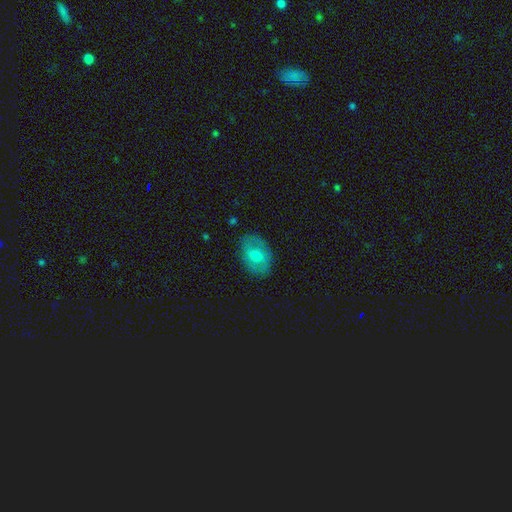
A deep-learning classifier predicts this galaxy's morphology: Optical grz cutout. It shows a smooth galaxy with no disk features (52%) that is in between round and cigar-shaped (77%). Merging: none (81%).